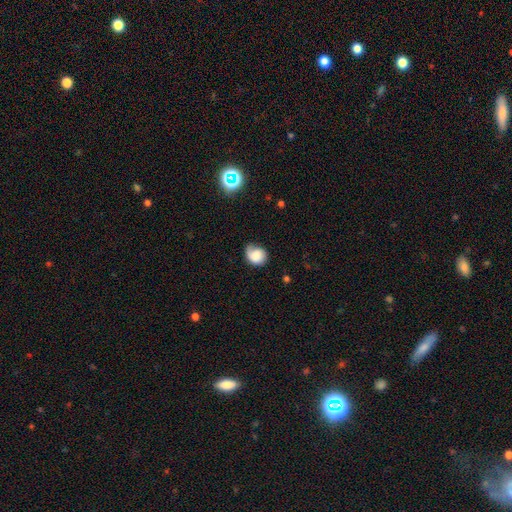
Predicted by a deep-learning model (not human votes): Smooth or featured? Predicted: smooth (p=0.70). How rounded? Predicted: round (p=0.61). Merging? Predicted: none (p=0.47).